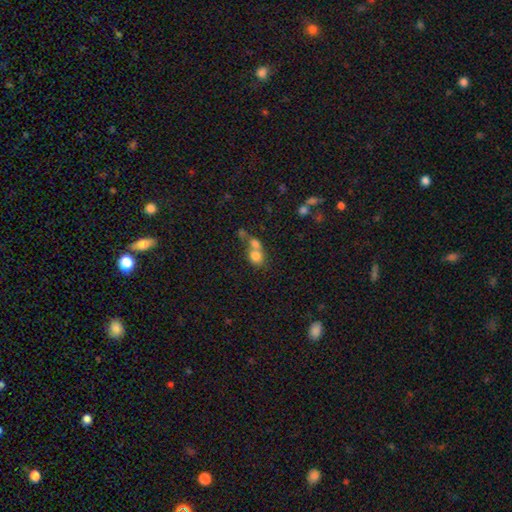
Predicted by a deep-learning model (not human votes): smooth-or-featured: smooth: 76% | featured or disk: 14% | star or artifact: 10%
  how-rounded: round: 69% | in between: 29% | cigar-shaped: 1%
  merging: merger: 64% | none: 26% | minor disturbance: 6% | major disturbance: 4%